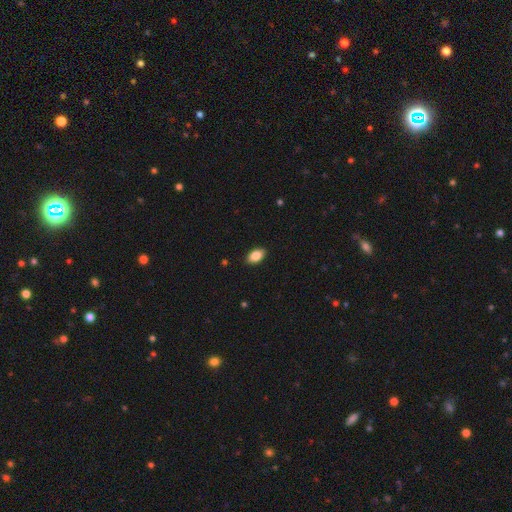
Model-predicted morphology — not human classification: The model was most divided on "smooth or featured": smooth: 86%, star or artifact: 7%, featured or disk: 6%. More confident: how rounded — in between (93%); merging — none (90%).